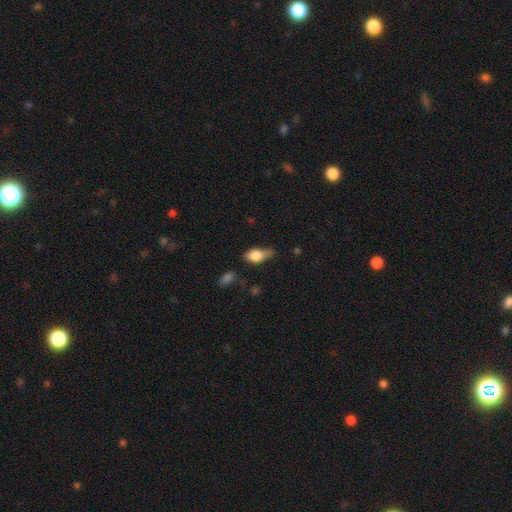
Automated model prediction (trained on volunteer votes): A smooth galaxy with no disk features (75%) that is in between round and cigar-shaped (82%).

Vote fractions:
- Smooth or featured? smooth: 75% / featured or disk: 17% / star or artifact: 8%
- How rounded? in between: 82% / round: 10% / cigar-shaped: 8%
- Merging? minor disturbance: 42% / none: 36% / major disturbance: 17% / merger: 5%